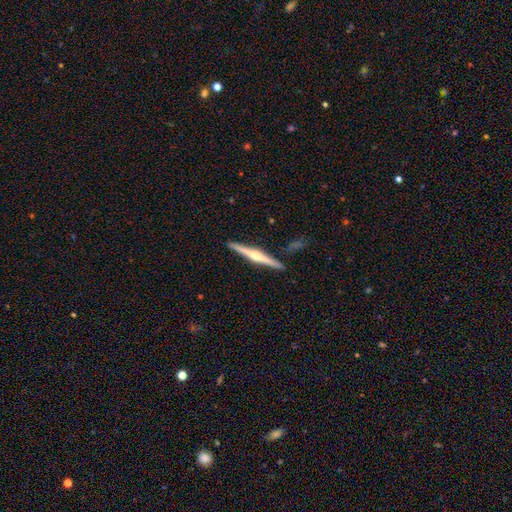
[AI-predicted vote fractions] smooth_or_featured: featured or disk (p=0.73) [alt: smooth p=0.22]
disk_edge_on: yes (p=0.98) [alt: no p=0.02]
edge_on_bulge: rounded (p=0.85) [alt: none p=0.08]
merging: none (p=0.90) [alt: minor disturbance p=0.07]